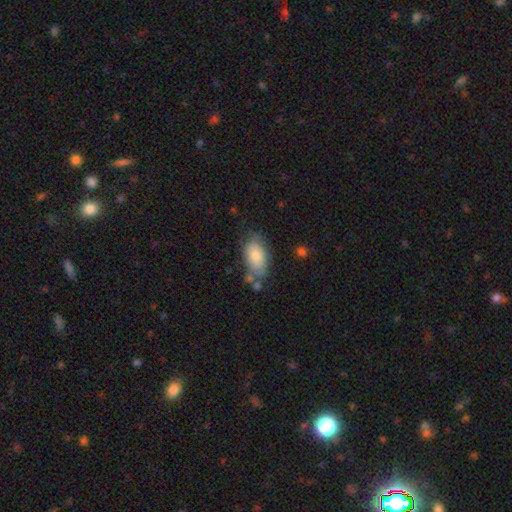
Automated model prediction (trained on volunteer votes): A smooth galaxy with no disk features (77%) that is in between round and cigar-shaped (93%).

Vote fractions:
- Smooth or featured? smooth: 77% / featured or disk: 16% / star or artifact: 7%
- How rounded? in between: 93% / round: 5% / cigar-shaped: 2%
- Merging? none: 59% / minor disturbance: 25% / merger: 8% / major disturbance: 8%